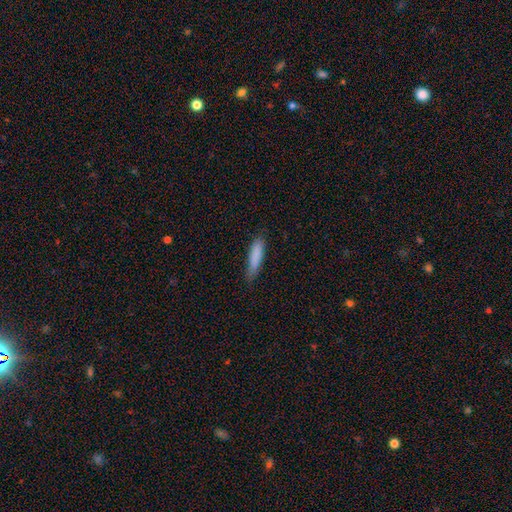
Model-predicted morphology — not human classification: smooth_or_featured: smooth (p=0.85) [alt: featured or disk p=0.09]
how_rounded: cigar-shaped (p=0.77) [alt: in between p=0.21]
merging: none (p=0.74) [alt: minor disturbance p=0.21]